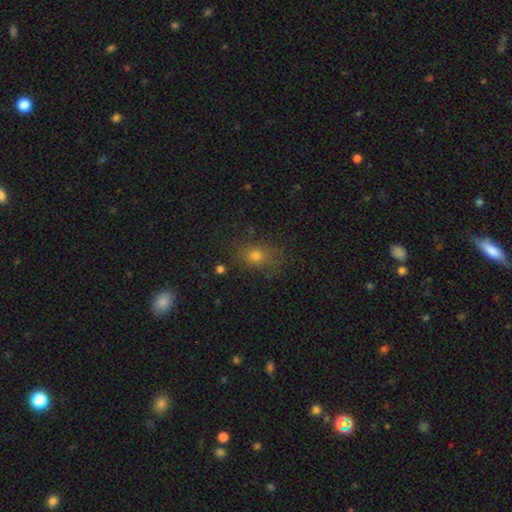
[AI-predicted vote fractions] This appears to be a smooth galaxy with no disk features (73%) that is in between round and cigar-shaped (56%). Merging: none (76%).